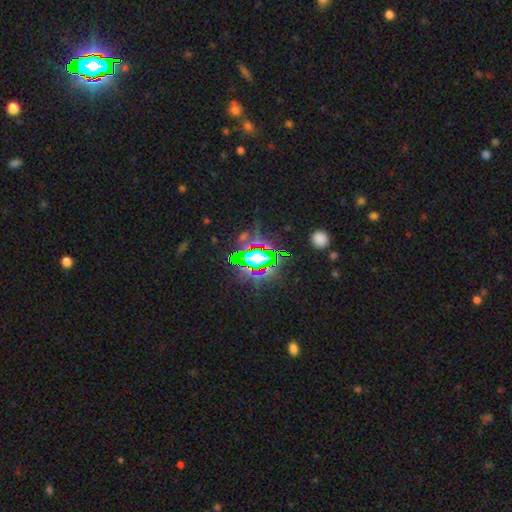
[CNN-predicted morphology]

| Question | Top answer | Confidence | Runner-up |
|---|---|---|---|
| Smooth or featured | star or artifact | 68% | smooth (16%) |